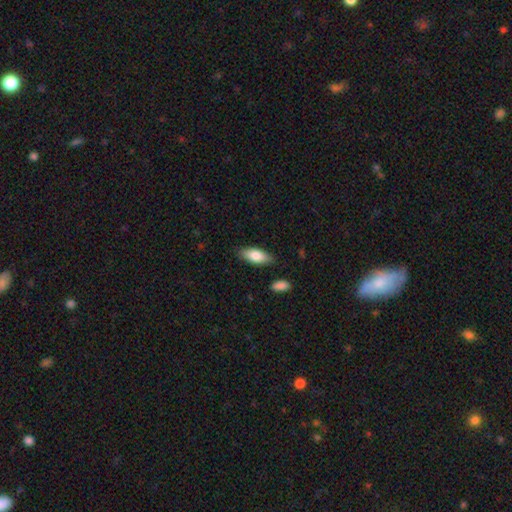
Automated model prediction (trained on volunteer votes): Smooth or featured?
  - smooth: 78% *
  - featured or disk: 16%
  - star or artifact: 6%
How rounded?
  - in between: 79% *
  - cigar-shaped: 18%
  - round: 2%
Merging?
  - none: 84% *
  - minor disturbance: 12%
  - major disturbance: 2%
  - merger: 2%